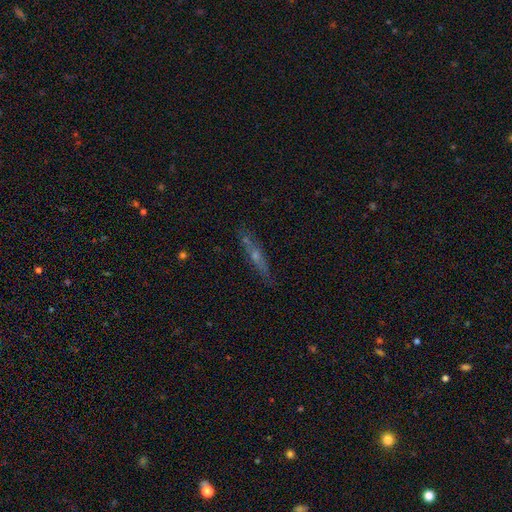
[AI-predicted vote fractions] smooth_or_featured: featured or disk (p=0.59) [alt: smooth p=0.28]
disk_edge_on: yes (p=0.85) [alt: no p=0.15]
merging: none (p=0.80) [alt: minor disturbance p=0.13]